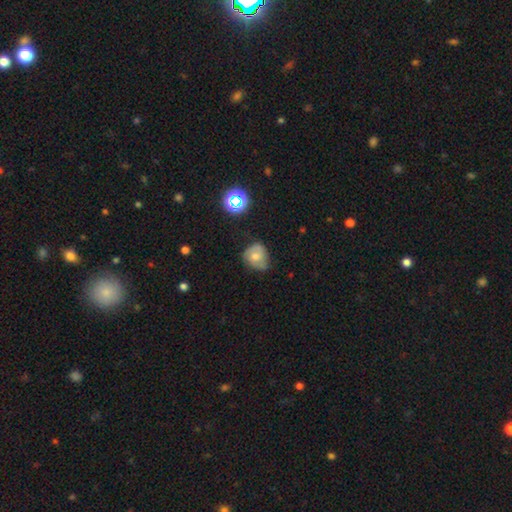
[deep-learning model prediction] The model was most divided on "merging": none: 48%, minor disturbance: 38%, major disturbance: 12%, merger: 2%. More confident: how rounded — round (65%); smooth or featured — smooth (55%).